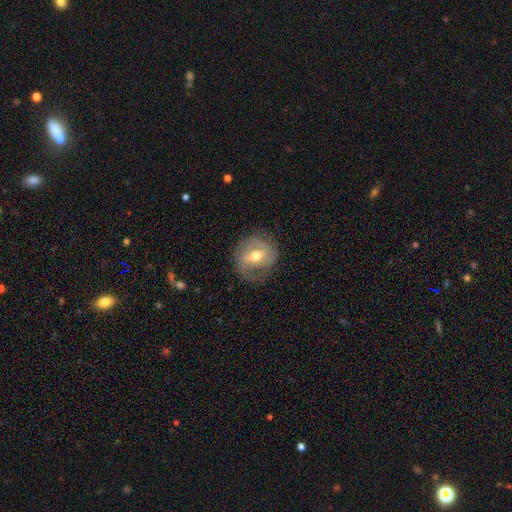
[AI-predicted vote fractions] featured or disk 68%, smooth 24%, star or artifact 7%. Down the decision tree: edge-on disk — no (95%); bar — weak (46%); spiral arms — yes (74%); bulge size — moderate (74%); merging — none (67%).